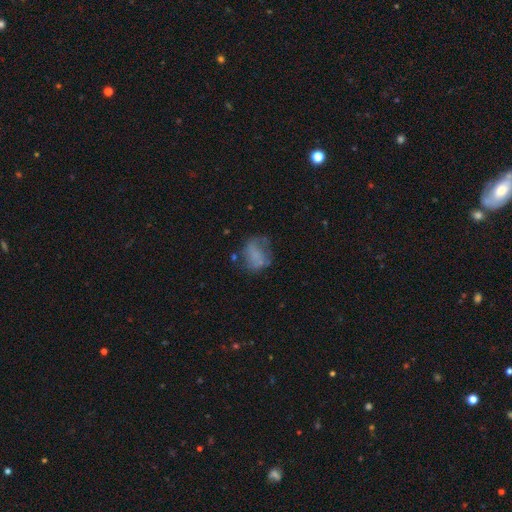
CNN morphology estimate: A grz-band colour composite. It shows a smooth galaxy with no disk features (51%) that is in between round and cigar-shaped (51%). Merging: none (45%).